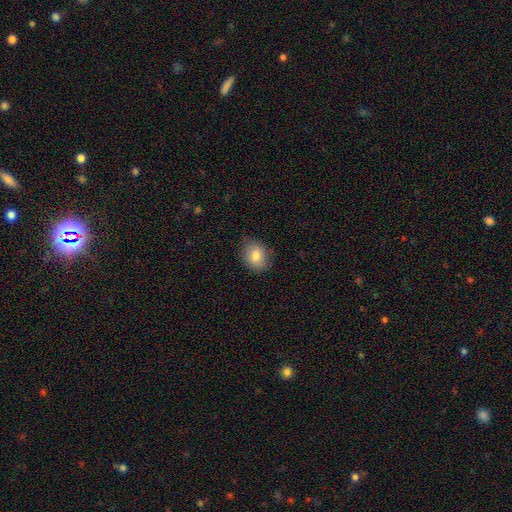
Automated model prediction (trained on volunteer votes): smooth_or_featured: smooth (p=0.81) [alt: featured or disk p=0.11]
how_rounded: in between (p=0.53) [alt: round p=0.46]
merging: none (p=0.78) [alt: minor disturbance p=0.18]